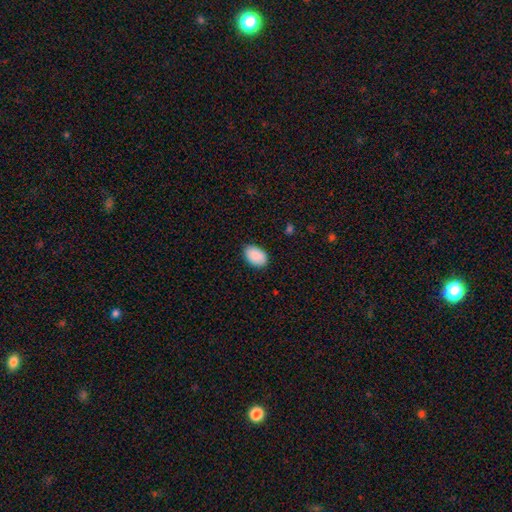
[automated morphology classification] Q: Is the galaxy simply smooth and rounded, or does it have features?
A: smooth — 91%.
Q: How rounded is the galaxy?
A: in between — 91%.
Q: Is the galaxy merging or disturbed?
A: none — 84%.